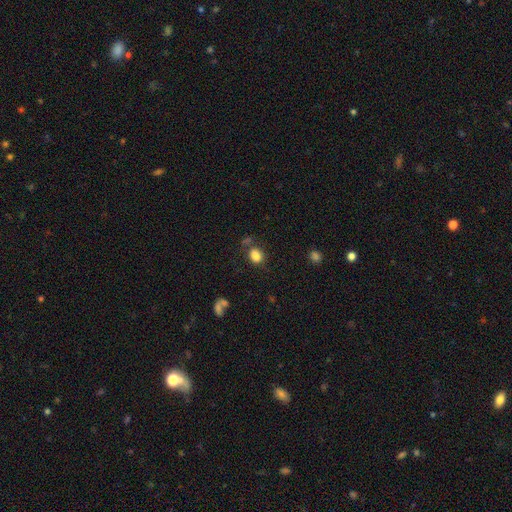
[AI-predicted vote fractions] smooth 84%, star or artifact 11%, featured or disk 5%. Down the decision tree: how rounded — in between (58%); merging — none (67%).